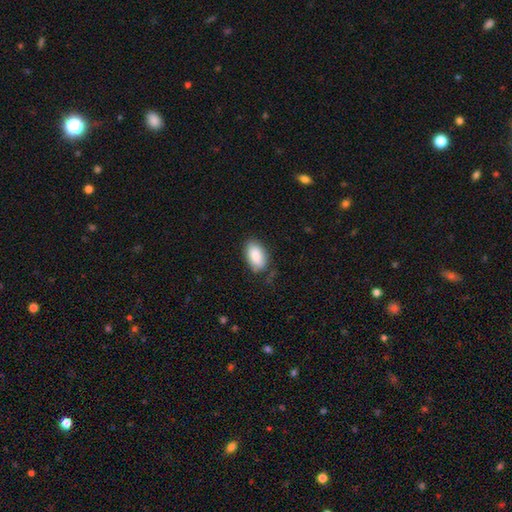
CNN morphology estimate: smooth_or_featured: smooth (p=0.88) [alt: star or artifact p=0.06]
how_rounded: in between (p=0.94) [alt: round p=0.04]
merging: none (p=0.78) [alt: minor disturbance p=0.17]